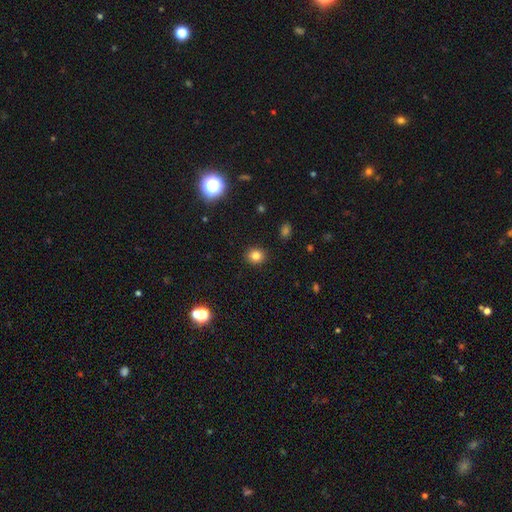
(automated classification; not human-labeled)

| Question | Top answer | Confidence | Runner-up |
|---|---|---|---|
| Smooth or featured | smooth | 81% | star or artifact (13%) |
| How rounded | round | 77% | in between (22%) |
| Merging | none | 90% | minor disturbance (7%) |